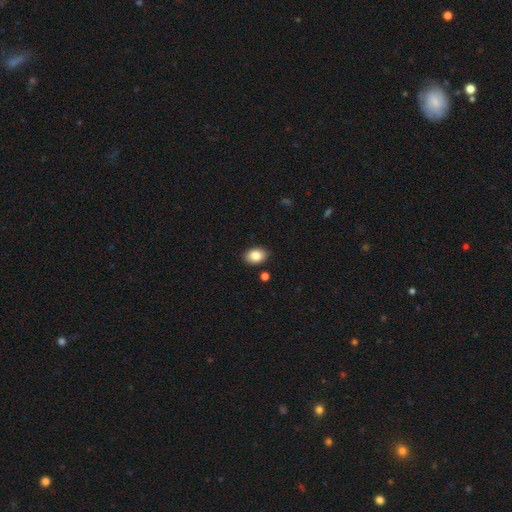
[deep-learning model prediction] Smooth or featured? Predicted: smooth (p=0.85). How rounded? Predicted: in between (p=0.78). Merging? Predicted: none (p=0.88).